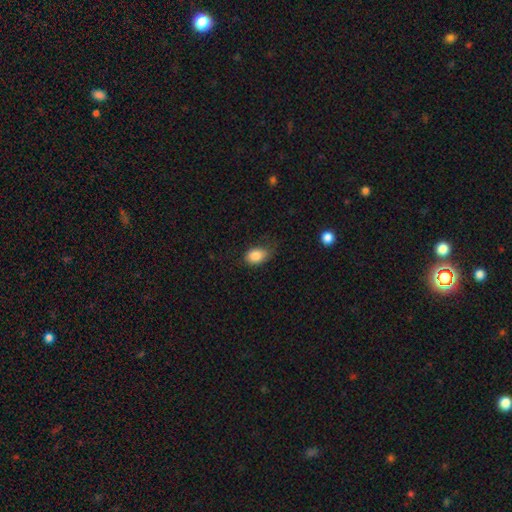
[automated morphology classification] This appears to be a smooth galaxy with no disk features (86%) that is in between round and cigar-shaped (81%). Merging: none (58%).